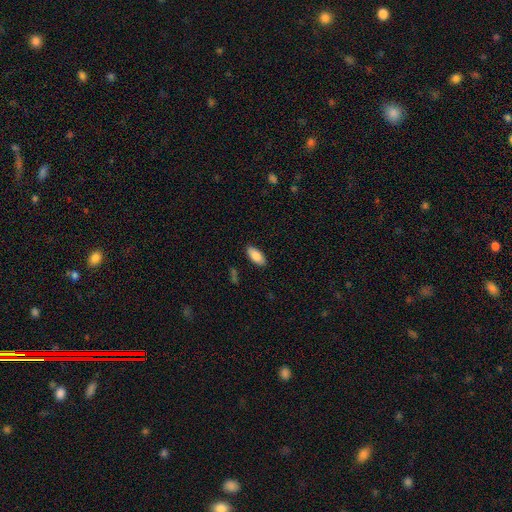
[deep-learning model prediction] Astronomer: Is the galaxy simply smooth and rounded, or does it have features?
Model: smooth — 88%.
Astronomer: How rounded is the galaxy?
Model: in between — 87%.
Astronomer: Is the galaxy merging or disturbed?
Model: none — 87%.